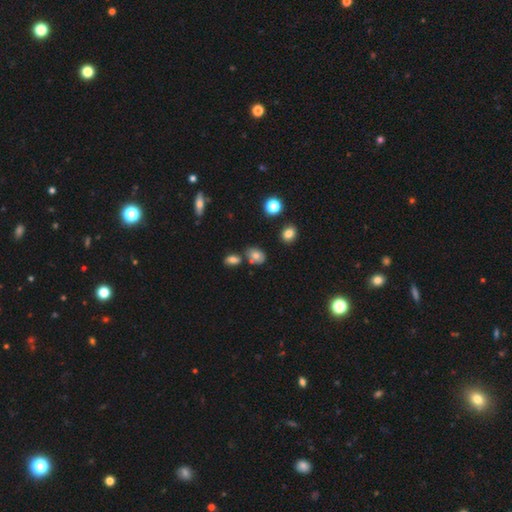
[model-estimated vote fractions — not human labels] smooth 71%, featured or disk 15%, star or artifact 14%. Down the decision tree: how rounded — in between (71%); merging — none (66%).